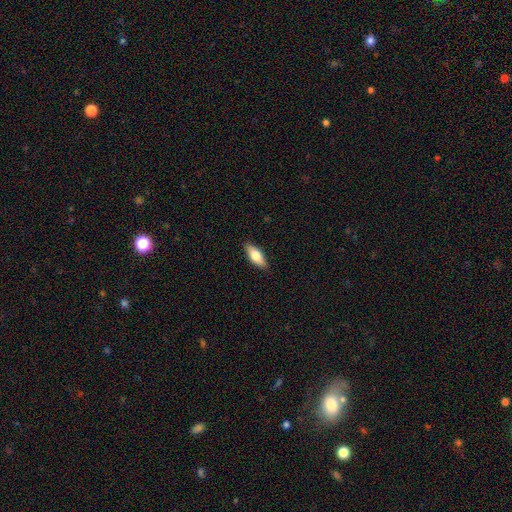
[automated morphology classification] A smooth galaxy with no disk features (68%) that is in between round and cigar-shaped (72%).

Vote fractions:
- Smooth or featured? smooth: 68% / featured or disk: 26% / star or artifact: 6%
- How rounded? in between: 72% / cigar-shaped: 25% / round: 3%
- Merging? none: 89% / minor disturbance: 9% / major disturbance: 2% / merger: 1%